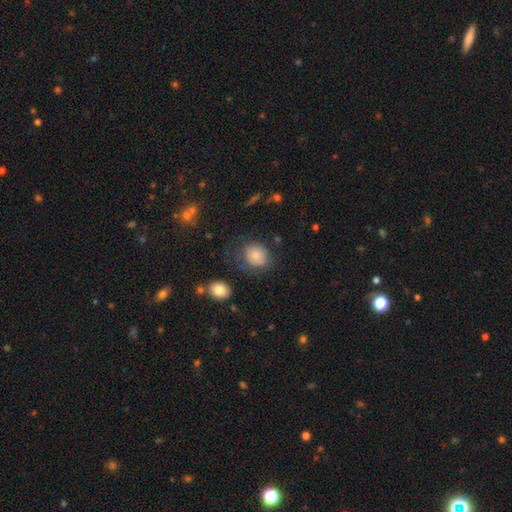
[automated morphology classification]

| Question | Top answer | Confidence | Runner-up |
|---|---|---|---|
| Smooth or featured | smooth | 80% | featured or disk (11%) |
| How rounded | round | 66% | in between (33%) |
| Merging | none | 62% | minor disturbance (22%) |